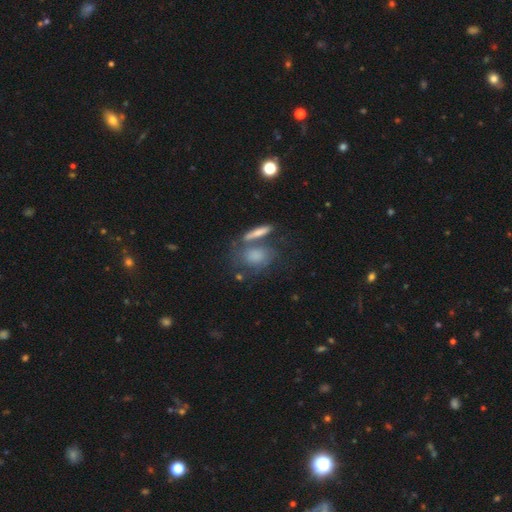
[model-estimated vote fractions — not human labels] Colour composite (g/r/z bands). It shows a smooth galaxy with no disk features (65%) that is in between round and cigar-shaped (61%). Merging: none (44%).